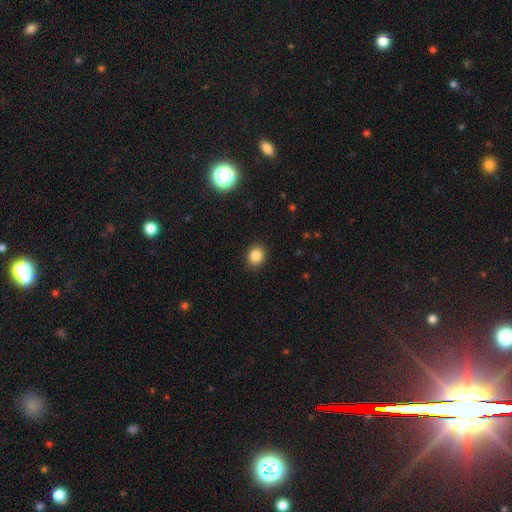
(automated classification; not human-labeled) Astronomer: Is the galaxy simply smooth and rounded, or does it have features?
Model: smooth — 85%.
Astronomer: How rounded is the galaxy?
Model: round — 66%.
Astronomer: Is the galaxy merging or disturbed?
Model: none — 90%.